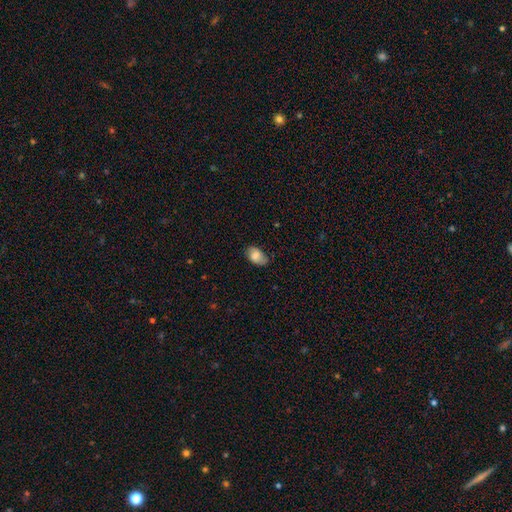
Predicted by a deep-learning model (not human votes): A smooth galaxy with no disk features (76%) that is in between round and cigar-shaped (90%).

Vote fractions:
- Smooth or featured? smooth: 76% / featured or disk: 17% / star or artifact: 8%
- How rounded? in between: 90% / round: 8% / cigar-shaped: 1%
- Merging? none: 70% / minor disturbance: 24% / major disturbance: 5% / merger: 1%